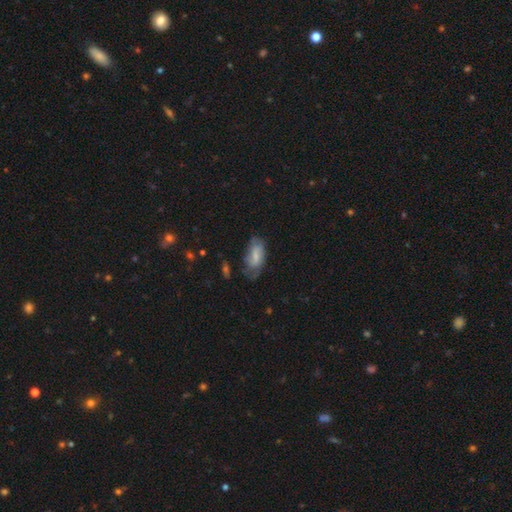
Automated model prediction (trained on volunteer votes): Smooth or featured?
  - smooth: 57% *
  - featured or disk: 35%
  - star or artifact: 8%
How rounded?
  - in between: 89% *
  - cigar-shaped: 8%
  - round: 3%
Merging?
  - none: 45% *
  - minor disturbance: 33%
  - major disturbance: 18%
  - merger: 3%